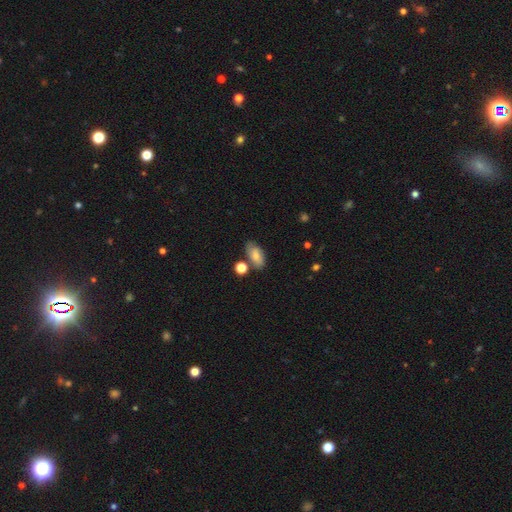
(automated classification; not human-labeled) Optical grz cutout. It shows a smooth galaxy with no disk features (75%) that is in between round and cigar-shaped (90%). Merging: none (68%).